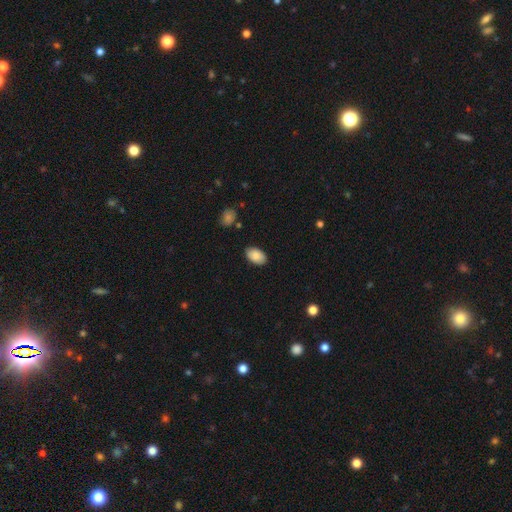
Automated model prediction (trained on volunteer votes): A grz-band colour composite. It shows a smooth galaxy with no disk features (88%) that is in between round and cigar-shaped (93%). Merging: none (86%).